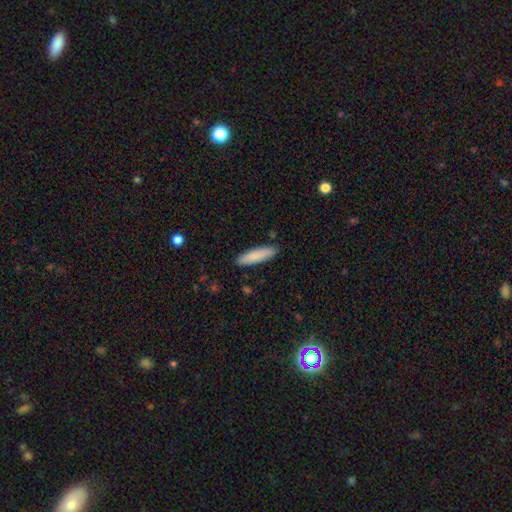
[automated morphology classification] Q: Smooth or featured?
A: smooth (85%); runner-up: featured or disk (9%)
Q: How rounded?
A: cigar-shaped (71%); runner-up: in between (28%)
Q: Merging?
A: none (89%); runner-up: minor disturbance (8%)